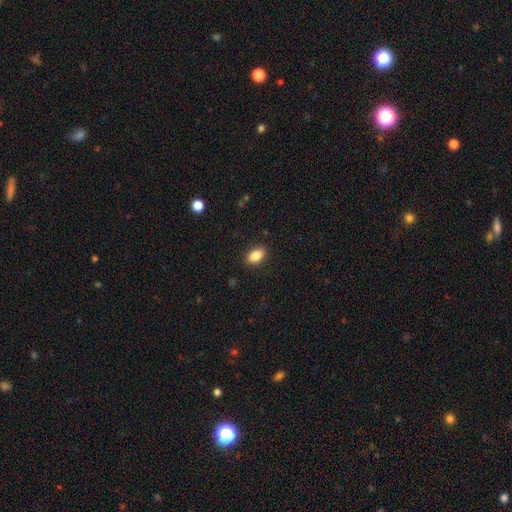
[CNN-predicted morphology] Smooth or featured? Predicted: smooth (p=0.85). How rounded? Predicted: in between (p=0.88). Merging? Predicted: none (p=0.89).